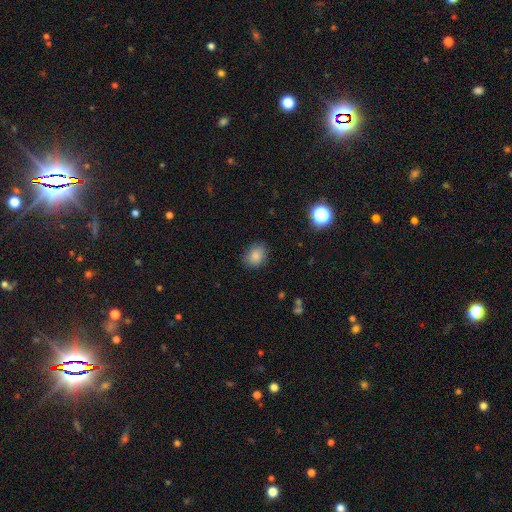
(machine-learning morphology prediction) Smooth or featured?
  - smooth: 85% *
  - star or artifact: 10%
  - featured or disk: 5%
How rounded?
  - round: 56% *
  - in between: 43%
  - cigar-shaped: 1%
Merging?
  - none: 84% *
  - minor disturbance: 12%
  - major disturbance: 3%
  - merger: 1%